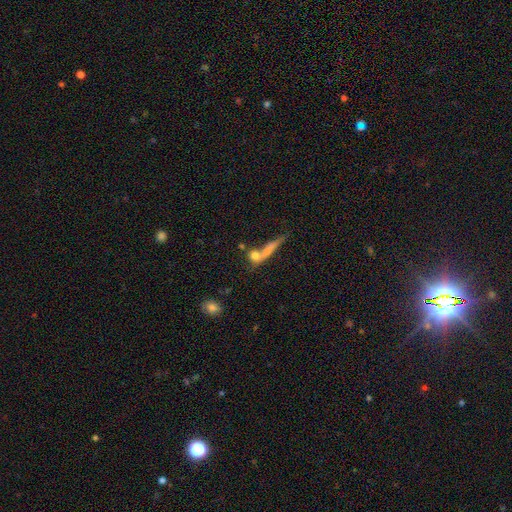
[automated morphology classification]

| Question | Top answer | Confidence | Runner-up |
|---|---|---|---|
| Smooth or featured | smooth | 64% | featured or disk (25%) |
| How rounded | round | 38% | cigar-shaped (36%) |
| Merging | merger | 45% | none (35%) |